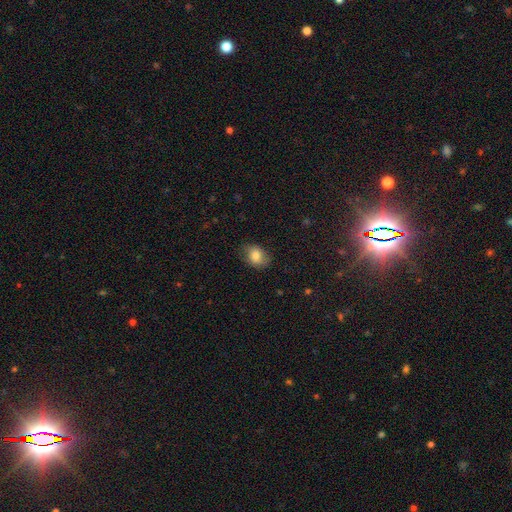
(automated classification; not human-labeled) Overall: smooth (78%). How rounded: in between (68%; round 30%). Merging: none (76%).